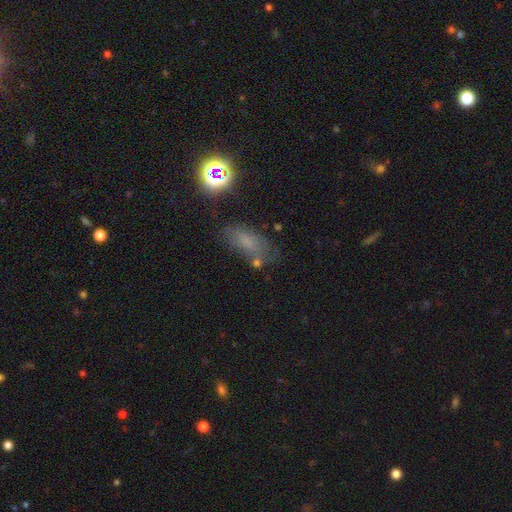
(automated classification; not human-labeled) Smooth or featured?
  - smooth: 61% *
  - star or artifact: 22%
  - featured or disk: 17%
How rounded?
  - in between: 79% *
  - cigar-shaped: 13%
  - round: 7%
Merging?
  - none: 59% *
  - minor disturbance: 22%
  - major disturbance: 10%
  - merger: 8%